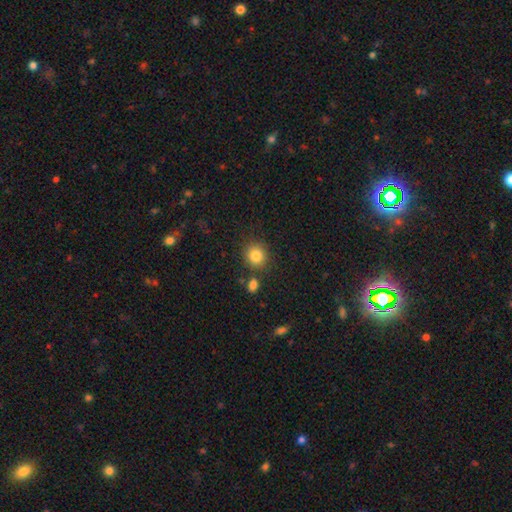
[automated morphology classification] Q: Smooth or featured?
A: smooth (84%); runner-up: star or artifact (10%)
Q: How rounded?
A: round (86%); runner-up: in between (13%)
Q: Merging?
A: none (81%); runner-up: minor disturbance (9%)